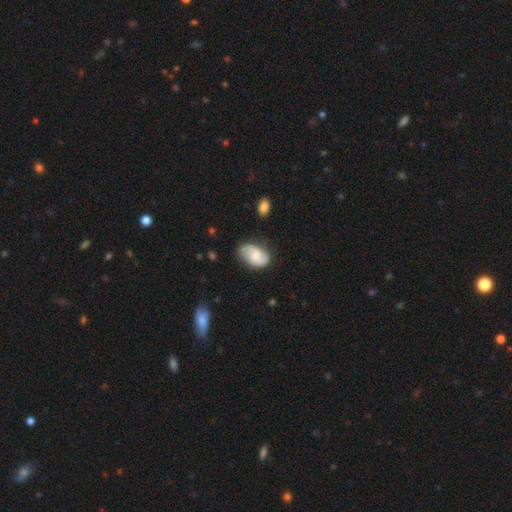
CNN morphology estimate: smooth-or-featured: smooth: 60% | featured or disk: 34% | star or artifact: 7%
  how-rounded: in between: 91% | round: 7% | cigar-shaped: 1%
  merging: none: 63% | minor disturbance: 28% | major disturbance: 7% | merger: 2%